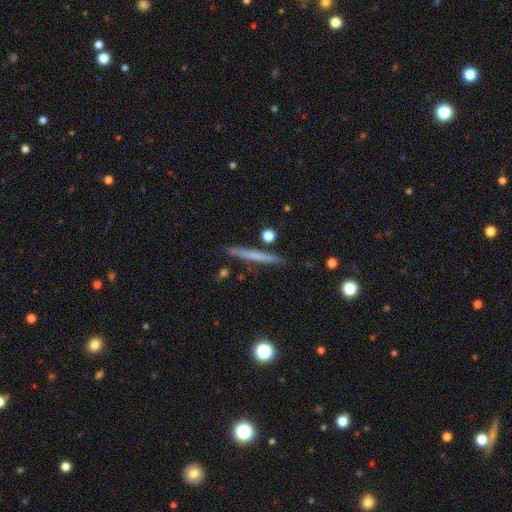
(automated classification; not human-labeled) A smooth galaxy with no disk features (57%) that is cigar-shaped (96%).

Vote fractions:
- Smooth or featured? smooth: 57% / featured or disk: 37% / star or artifact: 6%
- How rounded? cigar-shaped: 96% / in between: 2% / round: 2%
- Merging? none: 88% / minor disturbance: 8% / merger: 2% / major disturbance: 2%